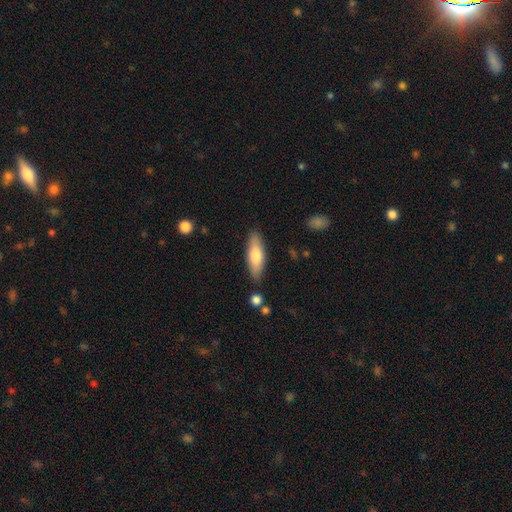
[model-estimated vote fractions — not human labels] Overall: smooth (69%). How rounded: in between (51%; cigar-shaped 47%). Merging: none (85%).